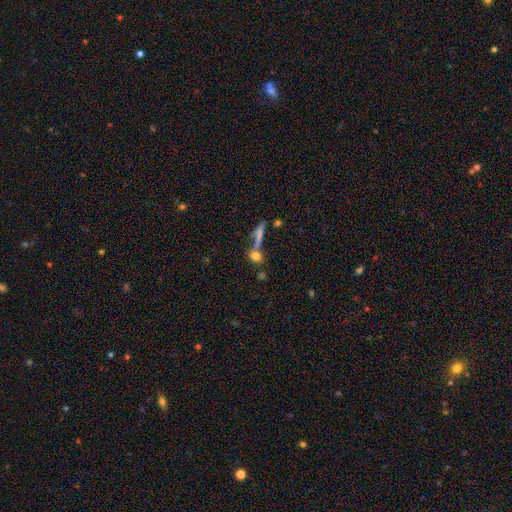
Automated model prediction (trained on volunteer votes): smooth 76%, featured or disk 12%, star or artifact 12%. Down the decision tree: how rounded — round (49%); merging — none (57%).